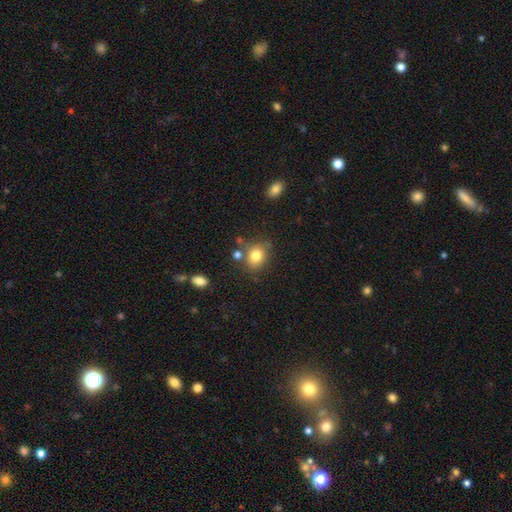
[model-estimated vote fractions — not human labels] This appears to be a smooth galaxy with no disk features (80%) that is round (60%). Merging: none (68%).